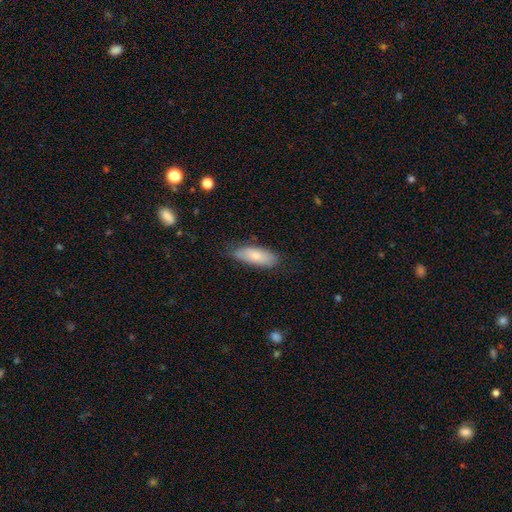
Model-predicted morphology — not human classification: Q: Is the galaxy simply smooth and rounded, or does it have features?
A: smooth — 75%.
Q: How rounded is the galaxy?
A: in between — 74%.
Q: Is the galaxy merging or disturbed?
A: none — 76%.